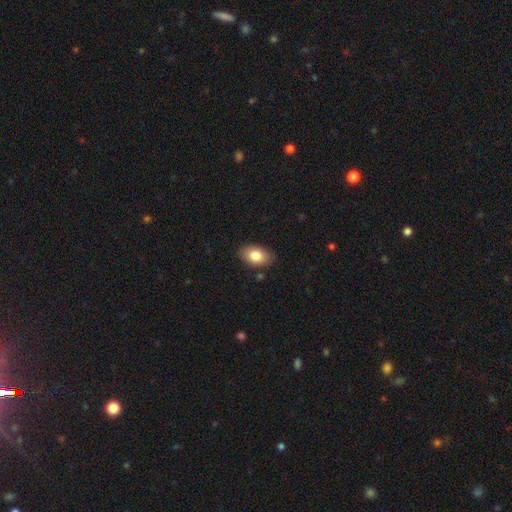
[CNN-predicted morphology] smooth_or_featured: smooth (p=0.82) [alt: featured or disk p=0.11]
how_rounded: in between (p=0.91) [alt: round p=0.08]
merging: none (p=0.85) [alt: minor disturbance p=0.11]